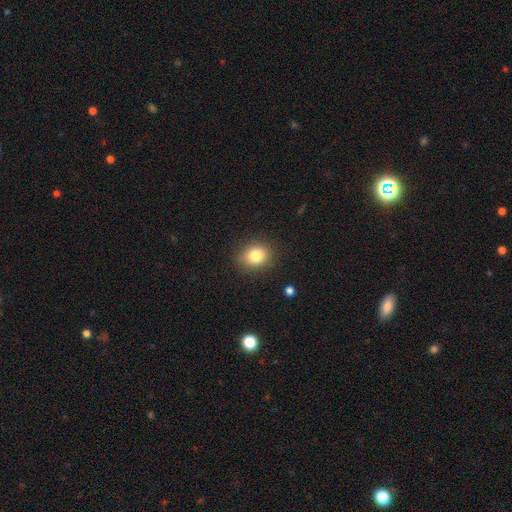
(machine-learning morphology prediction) Q: Smooth or featured?
A: smooth (82%); runner-up: star or artifact (11%)
Q: How rounded?
A: round (63%); runner-up: in between (36%)
Q: Merging?
A: none (87%); runner-up: minor disturbance (9%)